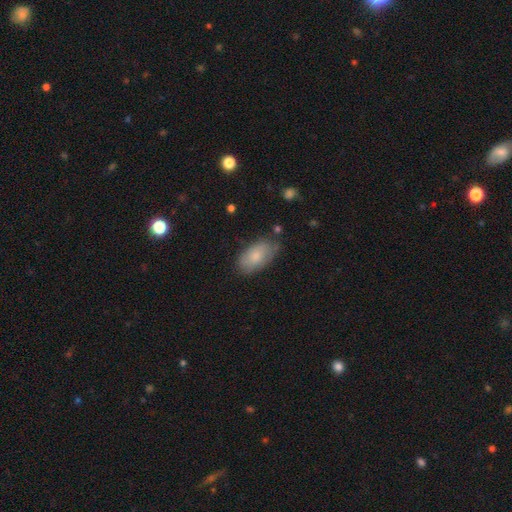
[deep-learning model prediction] Smooth or featured?
  - smooth: 77% *
  - featured or disk: 17%
  - star or artifact: 6%
How rounded?
  - in between: 94% *
  - round: 3%
  - cigar-shaped: 3%
Merging?
  - none: 70% *
  - minor disturbance: 23%
  - major disturbance: 5%
  - merger: 2%